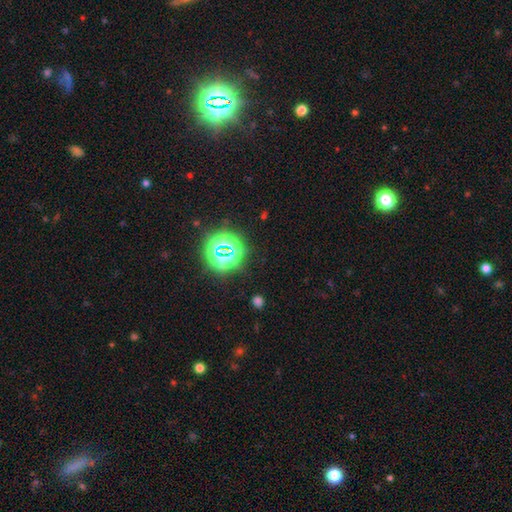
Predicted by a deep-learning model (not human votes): Smooth or featured? Predicted: star or artifact (p=0.76).